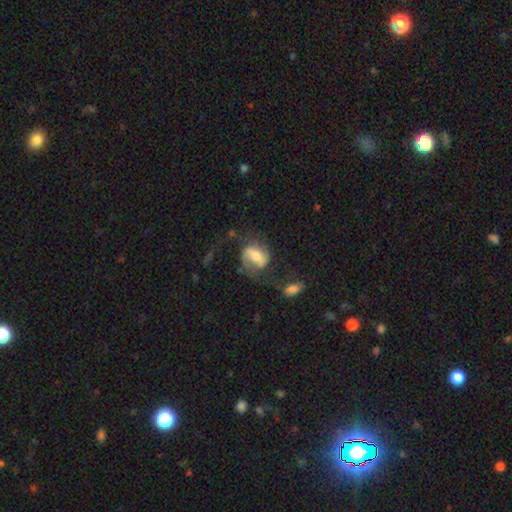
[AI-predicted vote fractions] Q: Smooth or featured?
A: featured or disk (63%); runner-up: smooth (30%)
Q: Edge-on disk?
A: no (95%); runner-up: yes (5%)
Q: Bar?
A: weak (42%); runner-up: strong (32%)
Q: Spiral arms?
A: yes (80%); runner-up: no (20%)
Q: Bulge size?
A: moderate (63%); runner-up: small (17%)
Q: Merging?
A: none (45%); runner-up: major disturbance (28%)